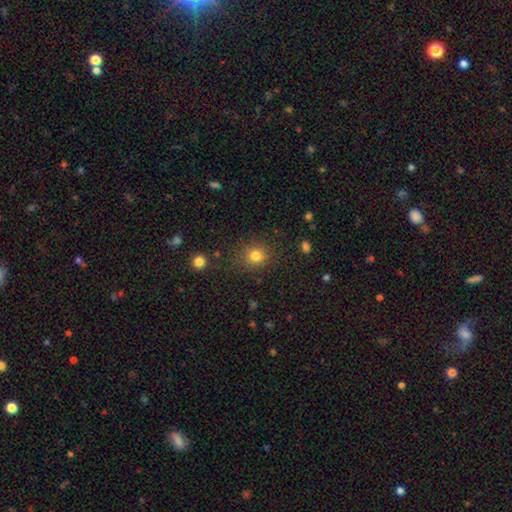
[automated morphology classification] Smooth or featured? smooth (80%)
How rounded? round (78%)
Merging? none (81%)